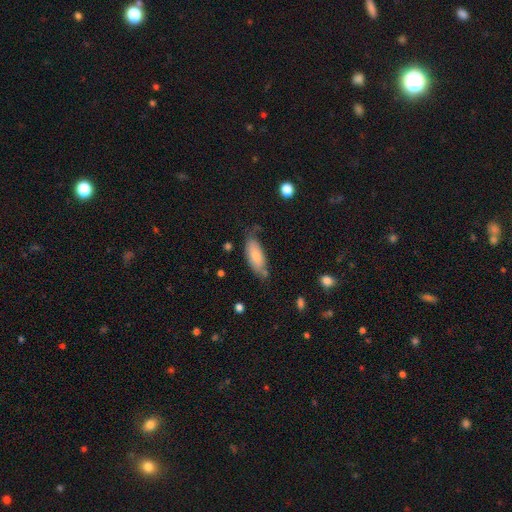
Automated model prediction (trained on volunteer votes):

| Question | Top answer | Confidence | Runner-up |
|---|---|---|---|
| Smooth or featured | smooth | 73% | featured or disk (20%) |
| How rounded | in between | 82% | cigar-shaped (16%) |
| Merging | none | 59% | minor disturbance (28%) |